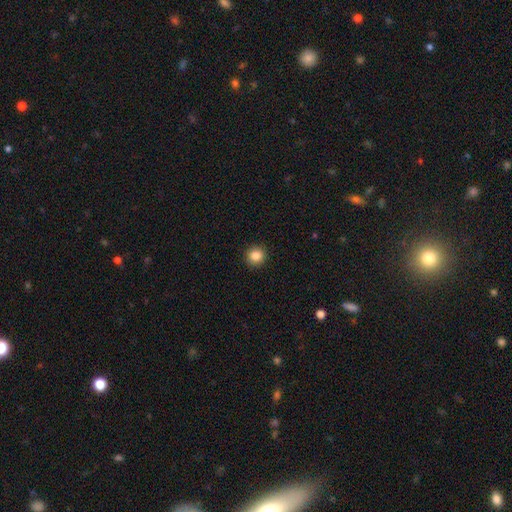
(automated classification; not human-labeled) Overall: smooth (86%). How rounded: round (91%). Merging: none (92%).